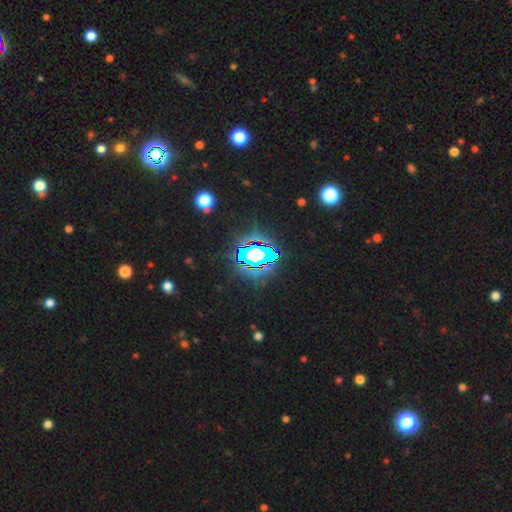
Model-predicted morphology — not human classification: Smooth or featured? star or artifact (70%)